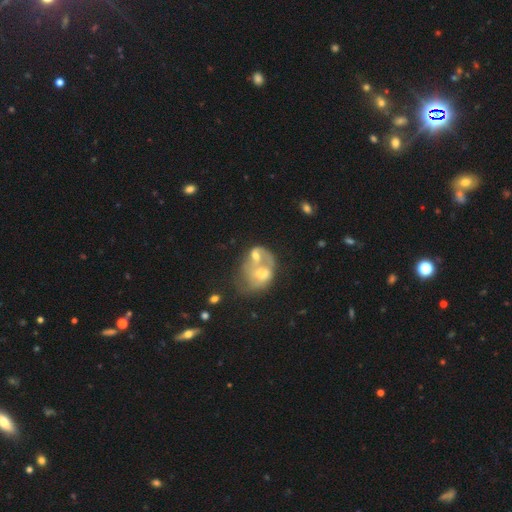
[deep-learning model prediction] Smooth or featured?
  - featured or disk: 50% *
  - smooth: 41%
  - star or artifact: 9%
Edge-on disk?
  - no: 97% *
  - yes: 3%
Merging?
  - merger: 69% *
  - major disturbance: 13%
  - none: 11%
  - minor disturbance: 7%